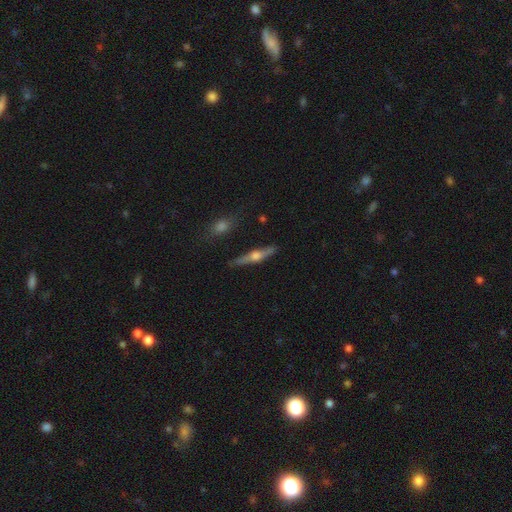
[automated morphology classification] A featured or disk galaxy (70%) viewed edge-on (97%) with a rounded central bulge (94%).

Vote fractions:
- Smooth or featured? featured or disk: 70% / smooth: 24% / star or artifact: 6%
- Edge-on disk? yes: 97% / no: 3%
- Edge-on bulge? rounded: 94% / boxy: 4% / none: 2%
- Merging? none: 86% / minor disturbance: 10% / major disturbance: 2% / merger: 2%